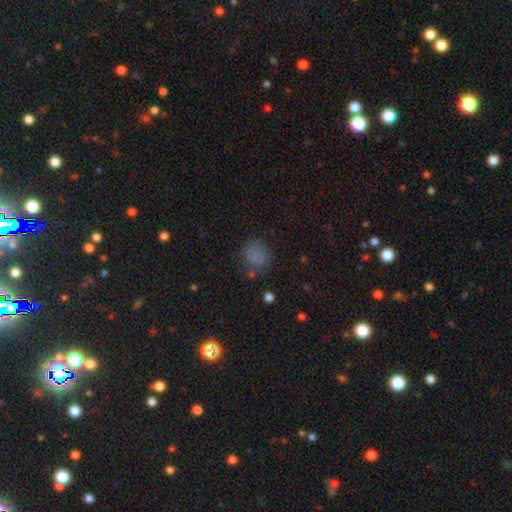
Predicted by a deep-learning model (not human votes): This is likely a smooth galaxy (78%). How rounded: likely round (78%). Merging: likely none (72%).